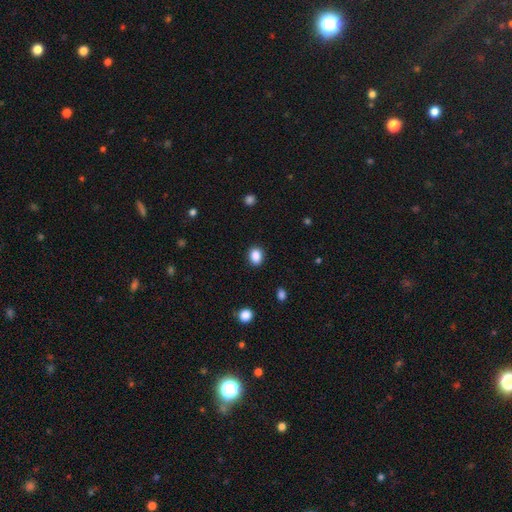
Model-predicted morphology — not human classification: Smooth or featured? smooth (87%)
How rounded? in between (55%)
Merging? none (89%)